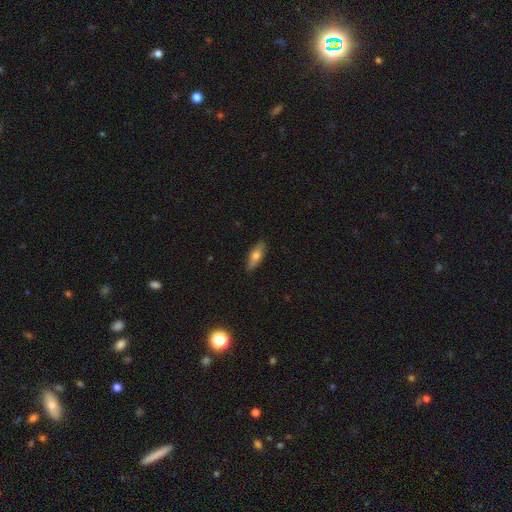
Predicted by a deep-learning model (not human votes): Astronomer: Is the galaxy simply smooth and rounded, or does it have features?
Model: smooth — 69%.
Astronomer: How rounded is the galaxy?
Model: in between — 67%.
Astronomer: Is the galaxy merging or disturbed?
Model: none — 85%.